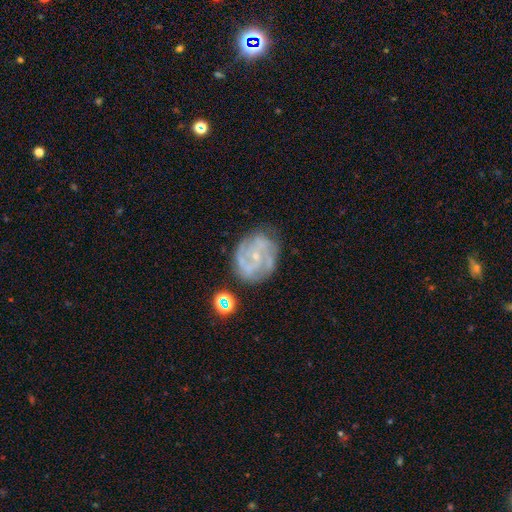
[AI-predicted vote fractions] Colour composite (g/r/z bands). It shows a featured or disk galaxy (81%) with no bar (66%), 2 (28%) tight (47%) spiral arms (90%) and a small central bulge (78%). Merging: none (70%).